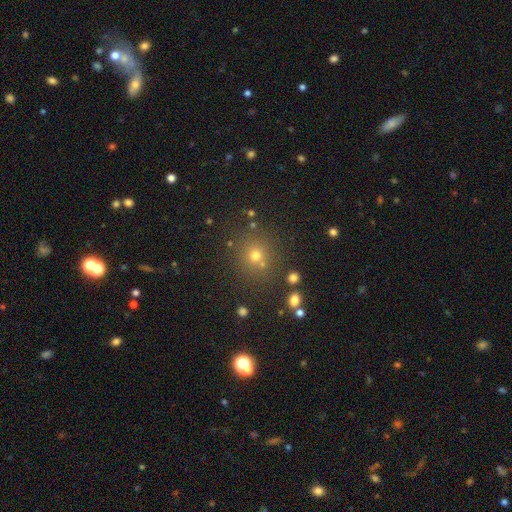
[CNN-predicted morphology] Smooth or featured? smooth (64%)
How rounded? round (89%)
Merging? none (75%)